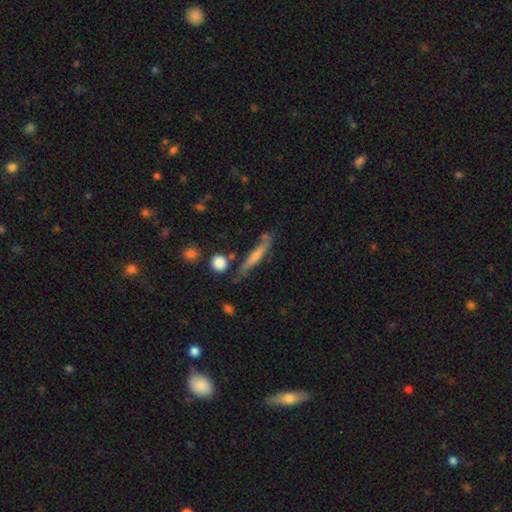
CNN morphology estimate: A smooth galaxy with no disk features (48%).

Vote fractions:
- Smooth or featured? smooth: 48% / featured or disk: 44% / star or artifact: 7%
- Merging? none: 71% / minor disturbance: 18% / merger: 6% / major disturbance: 5%